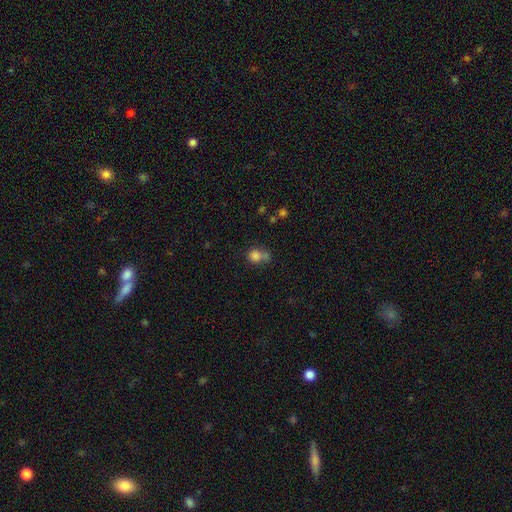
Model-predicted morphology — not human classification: The model was most divided on "merging": none: 43%, merger: 35%, minor disturbance: 15%, major disturbance: 7%. More confident: smooth or featured — smooth (80%); how rounded — round (70%).